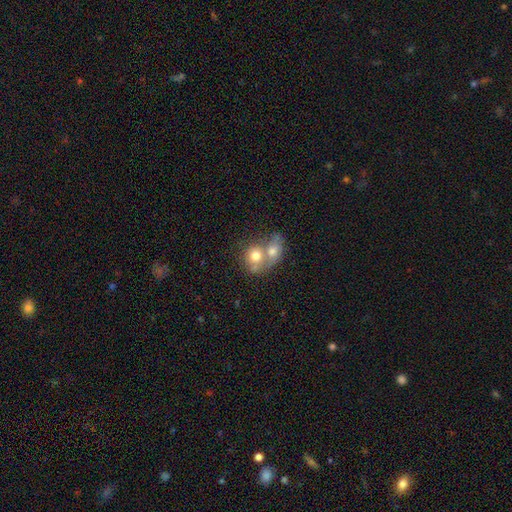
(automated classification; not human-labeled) Morphology: type=smooth (70%); roundness=round (67%); merging=merger (70%).